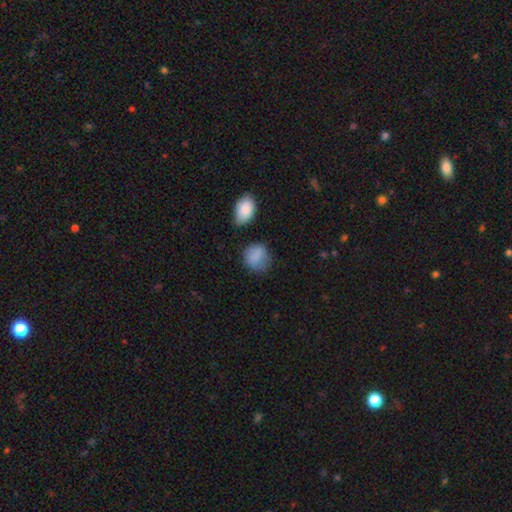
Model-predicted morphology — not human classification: smooth_or_featured: smooth (p=0.86) [alt: star or artifact p=0.08]
how_rounded: round (p=0.68) [alt: in between p=0.31]
merging: none (p=0.61) [alt: minor disturbance p=0.26]